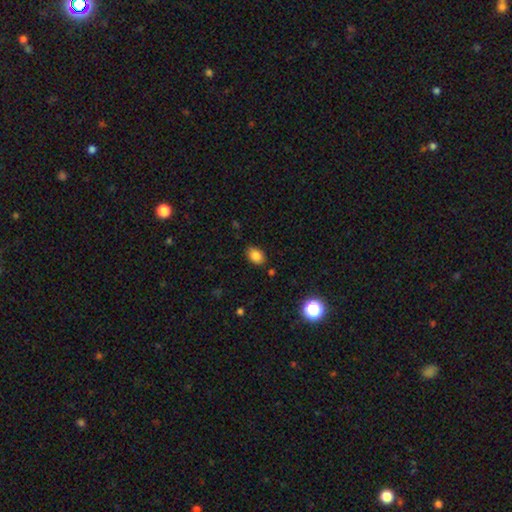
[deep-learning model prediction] Smooth or featured: smooth — 83% (star or artifact — 11%)
How rounded: in between — 80% (round — 19%)
Merging: none — 84% (minor disturbance — 12%)